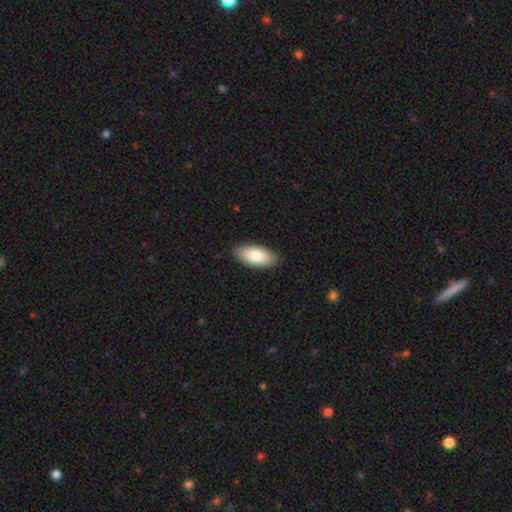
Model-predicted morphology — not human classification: The model was most divided on "smooth or featured": smooth: 83%, featured or disk: 12%, star or artifact: 6%. More confident: how rounded — in between (90%); merging — none (88%).